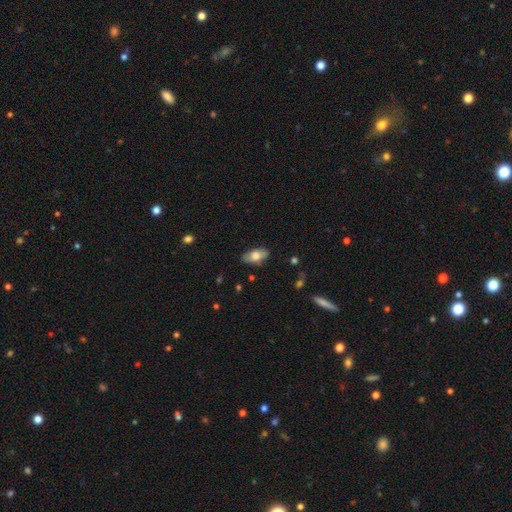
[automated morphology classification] Overall: smooth (70%). How rounded: in between (92%). Merging: none (82%).